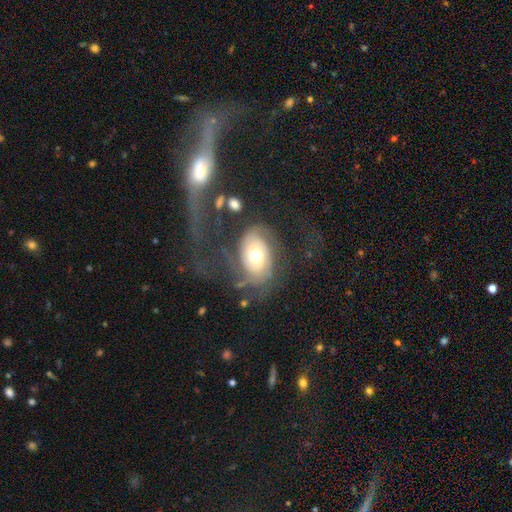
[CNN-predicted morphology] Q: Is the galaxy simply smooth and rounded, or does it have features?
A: featured or disk — 70%.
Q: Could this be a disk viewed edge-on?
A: no — 95%.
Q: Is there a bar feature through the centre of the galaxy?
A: no — 71%.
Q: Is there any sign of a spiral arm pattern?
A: yes — 82%.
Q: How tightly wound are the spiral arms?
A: tight — 43%.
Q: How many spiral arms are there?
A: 2 — 49%.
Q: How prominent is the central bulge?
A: moderate — 68%.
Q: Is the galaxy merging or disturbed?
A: none — 50%.